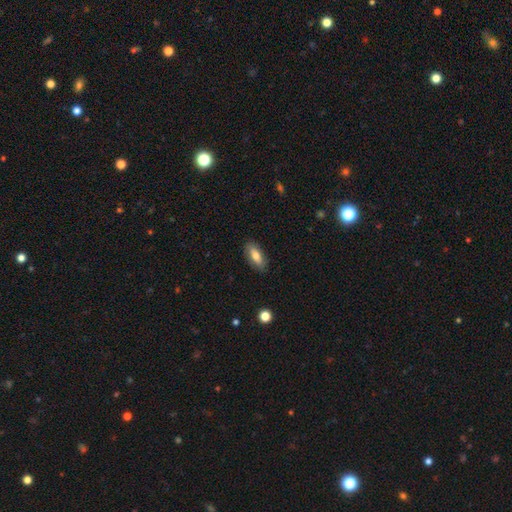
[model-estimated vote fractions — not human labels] Smooth or featured? smooth (73%)
How rounded? in between (80%)
Merging? none (86%)